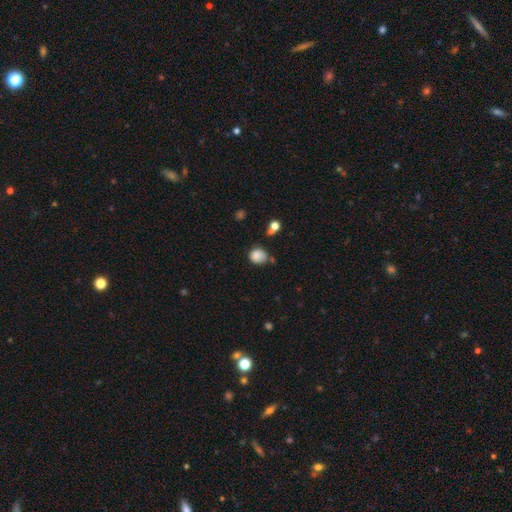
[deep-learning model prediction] smooth-or-featured: smooth: 85% | star or artifact: 10% | featured or disk: 5%
  how-rounded: round: 79% | in between: 20% | cigar-shaped: 1%
  merging: none: 61% | minor disturbance: 25% | merger: 8% | major disturbance: 6%